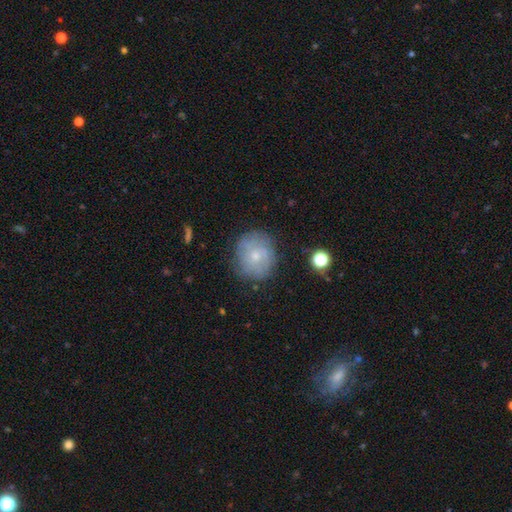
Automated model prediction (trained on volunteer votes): Smooth or featured? featured or disk (46%)
Merging? none (77%)